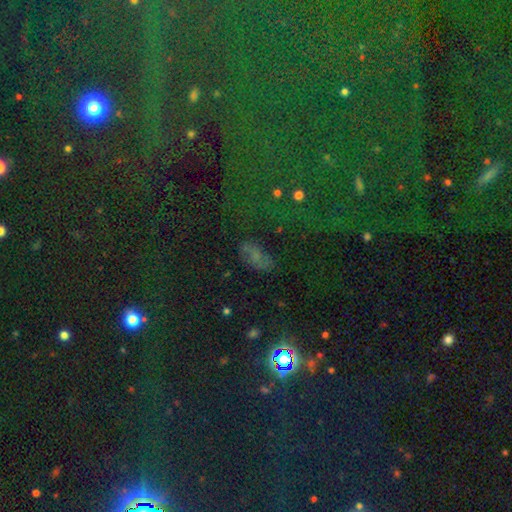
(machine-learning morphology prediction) smooth 39% (tied), star or artifact 39% (tied), featured or disk 23%. Down the decision tree: merging — none (66%).